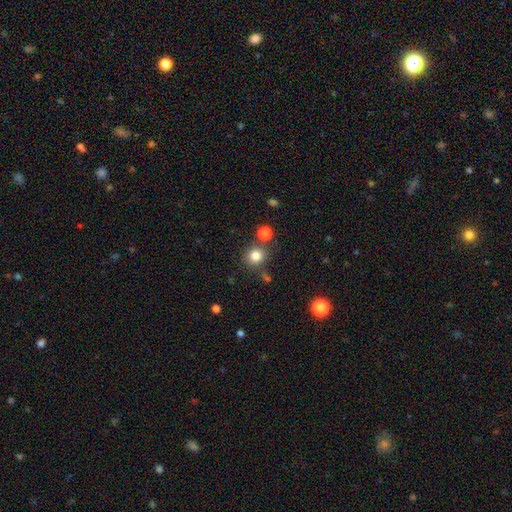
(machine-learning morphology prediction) A smooth galaxy with no disk features (80%) that is round (87%).

Vote fractions:
- Smooth or featured? smooth: 80% / star or artifact: 13% / featured or disk: 6%
- How rounded? round: 87% / in between: 12% / cigar-shaped: 1%
- Merging? none: 76% / merger: 11% / minor disturbance: 10% / major disturbance: 4%